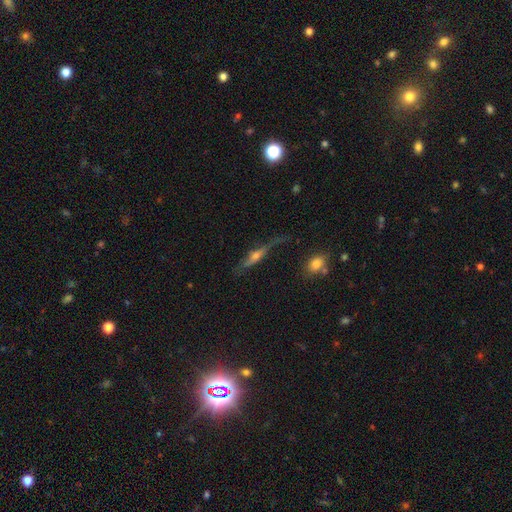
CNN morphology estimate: type=featured or disk (57%); edge-on=yes (77%); merging=none (46%).